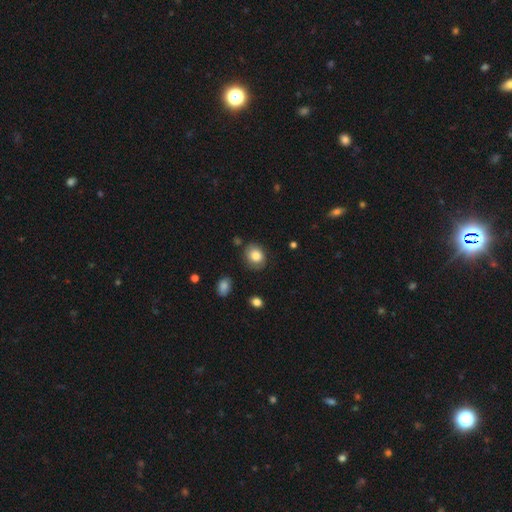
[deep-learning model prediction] A smooth galaxy with no disk features (81%) that is round (61%).

Vote fractions:
- Smooth or featured? smooth: 81% / featured or disk: 10% / star or artifact: 9%
- How rounded? round: 61% / in between: 38% / cigar-shaped: 1%
- Merging? none: 78% / minor disturbance: 16% / major disturbance: 4% / merger: 2%